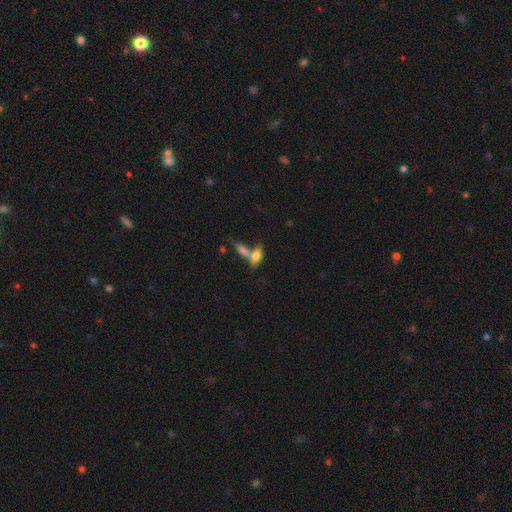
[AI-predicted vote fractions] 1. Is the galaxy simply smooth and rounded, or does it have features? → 70% smooth, 21% featured or disk, 9% star or artifact.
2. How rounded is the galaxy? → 72% in between, 24% cigar-shaped, 5% round.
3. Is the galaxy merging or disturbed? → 50% merger, 36% none, 10% minor disturbance, 5% major disturbance.